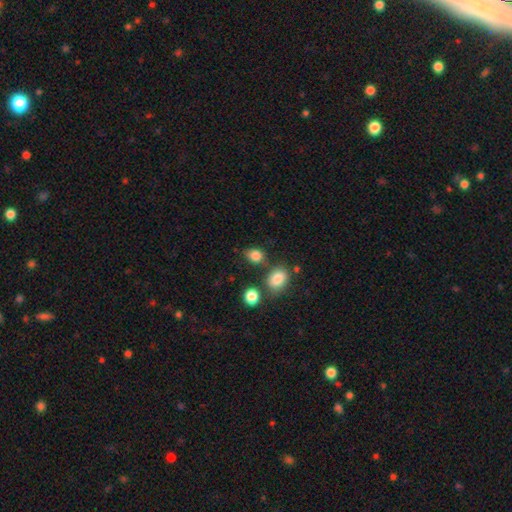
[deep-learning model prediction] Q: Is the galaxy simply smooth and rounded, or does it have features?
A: smooth — 83%.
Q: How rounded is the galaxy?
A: in between — 55%.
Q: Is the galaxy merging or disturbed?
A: none — 68%.